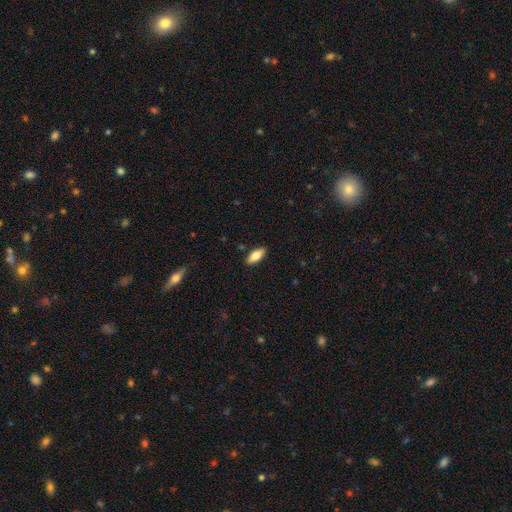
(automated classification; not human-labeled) Morphology: type=smooth (80%); roundness=in between (81%); merging=none (89%).